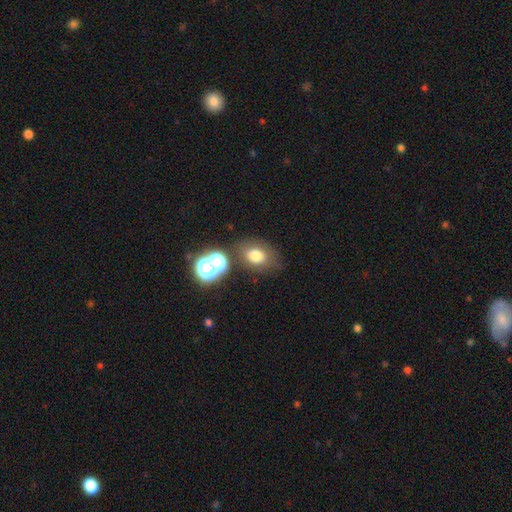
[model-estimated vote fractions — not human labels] A smooth galaxy with no disk features (70%) that is in between round and cigar-shaped (58%). Merging: none (64%).